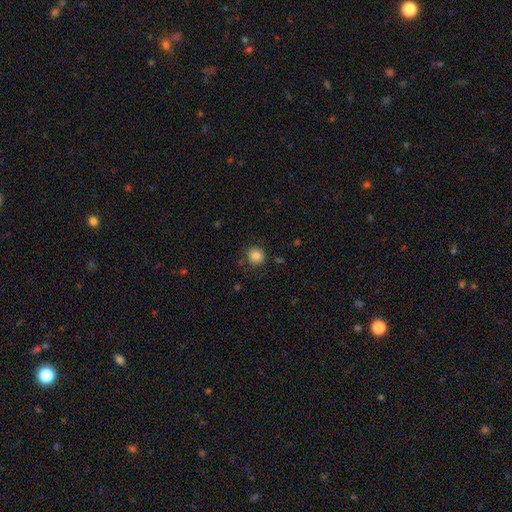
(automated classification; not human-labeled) Smooth or featured: smooth — 85% (star or artifact — 10%)
How rounded: round — 89% (in between — 10%)
Merging: none — 83% (minor disturbance — 11%)